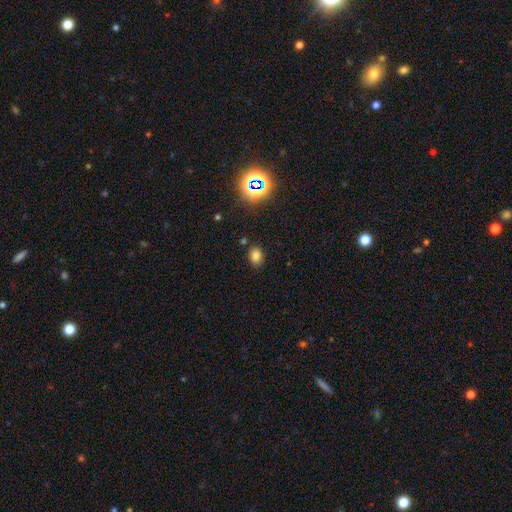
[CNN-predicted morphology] Smooth or featured?
  - smooth: 76% *
  - star or artifact: 18%
  - featured or disk: 6%
How rounded?
  - in between: 63% *
  - round: 36%
  - cigar-shaped: 1%
Merging?
  - none: 83% *
  - minor disturbance: 11%
  - merger: 3%
  - major disturbance: 3%